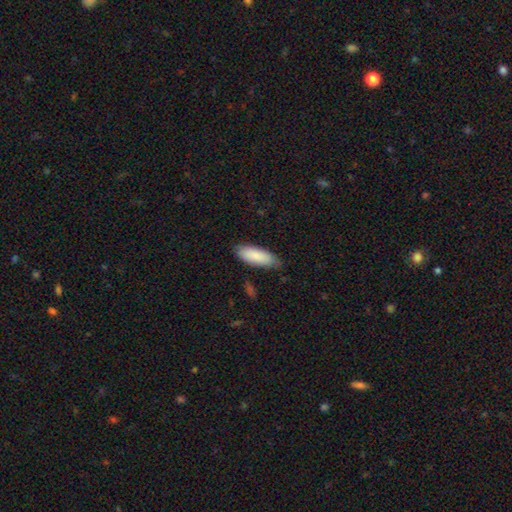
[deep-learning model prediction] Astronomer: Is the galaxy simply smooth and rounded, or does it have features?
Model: smooth — 88%.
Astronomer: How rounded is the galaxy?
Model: in between — 70%.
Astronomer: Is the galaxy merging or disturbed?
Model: none — 76%.